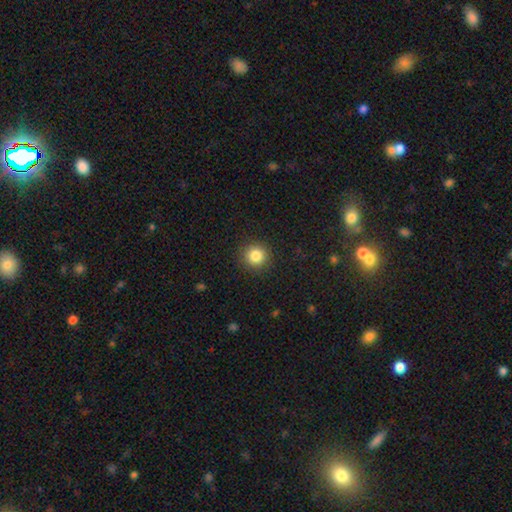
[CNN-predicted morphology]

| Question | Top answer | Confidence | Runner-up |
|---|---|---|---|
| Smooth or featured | smooth | 84% | star or artifact (11%) |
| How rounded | round | 94% | in between (5%) |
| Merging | none | 91% | minor disturbance (6%) |